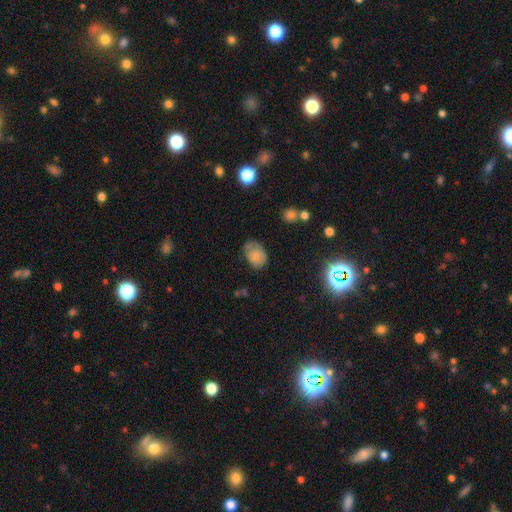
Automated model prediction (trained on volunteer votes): This is likely a smooth galaxy (72%). How rounded: likely in between (76%). Merging: possibly none (52%).